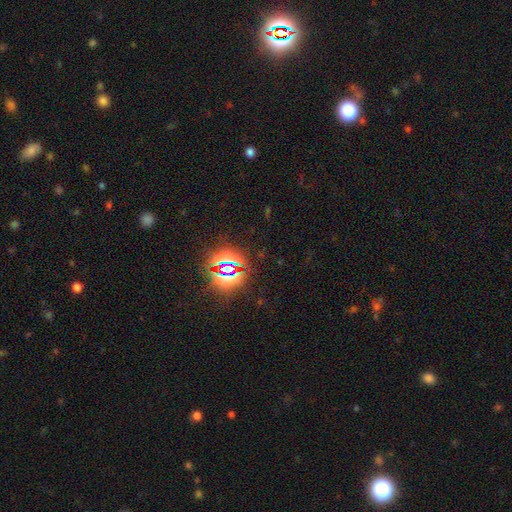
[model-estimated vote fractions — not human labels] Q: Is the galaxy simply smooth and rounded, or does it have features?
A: star or artifact — 80%.